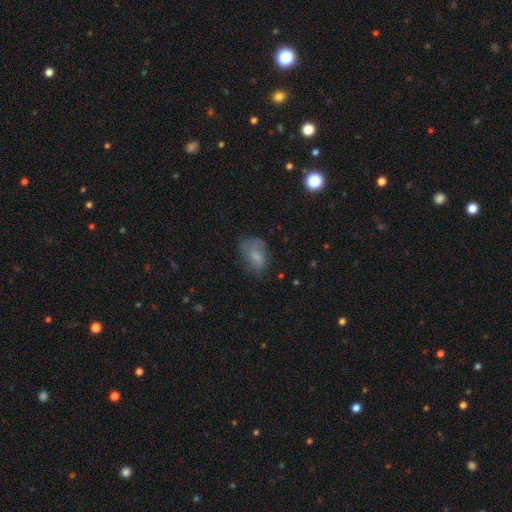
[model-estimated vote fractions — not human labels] Overall: smooth (69%). How rounded: in between (84%). Merging: none (52%; minor disturbance 29%).